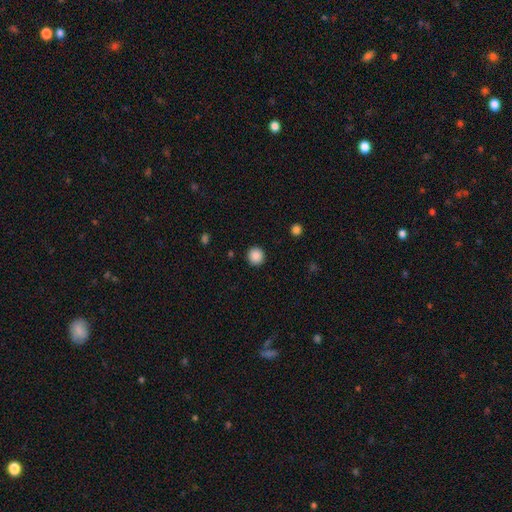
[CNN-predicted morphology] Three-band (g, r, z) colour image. It shows a smooth galaxy with no disk features (88%) that is round (93%). Merging: none (92%).